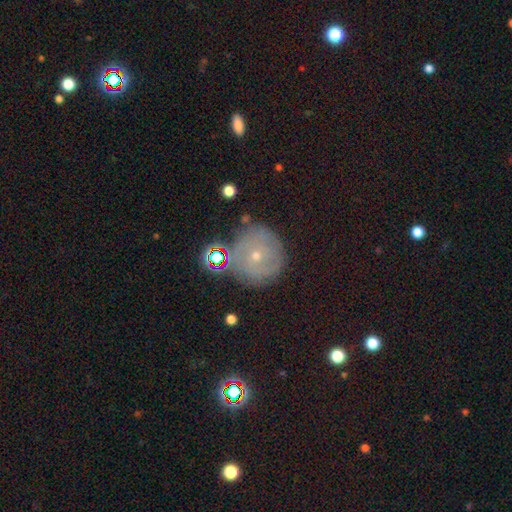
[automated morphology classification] This is possibly a featured or disk galaxy (48%). Merging: likely none (71%).